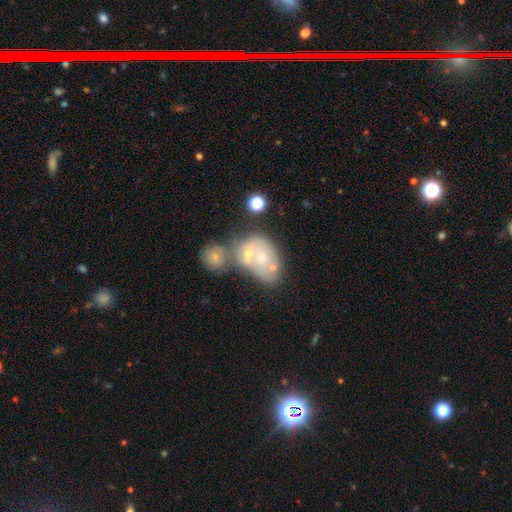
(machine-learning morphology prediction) Smooth or featured: featured or disk — 45% (smooth — 43%)
Merging: merger — 59% (none — 20%)